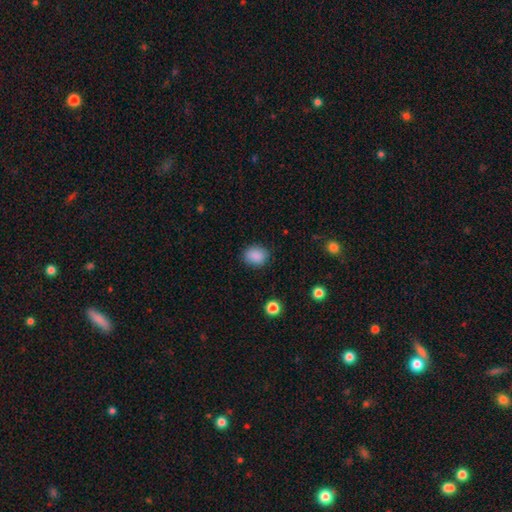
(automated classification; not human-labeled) smooth_or_featured: smooth (p=0.88) [alt: star or artifact p=0.09]
how_rounded: in between (p=0.52) [alt: round p=0.47]
merging: none (p=0.85) [alt: minor disturbance p=0.11]